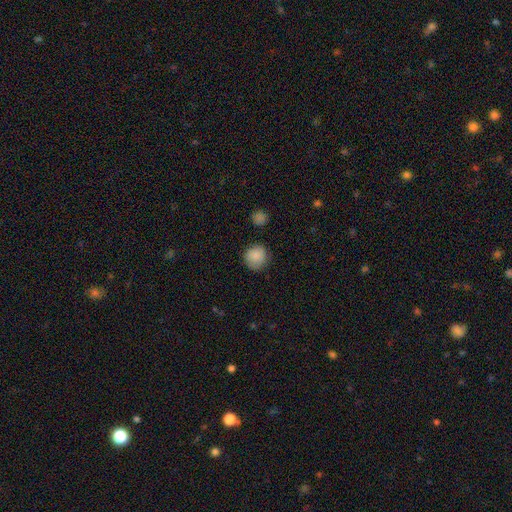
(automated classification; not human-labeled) smooth-or-featured: smooth: 87% | star or artifact: 8% | featured or disk: 5%
  how-rounded: round: 89% | in between: 10% | cigar-shaped: 1%
  merging: none: 82% | minor disturbance: 13% | major disturbance: 3% | merger: 2%